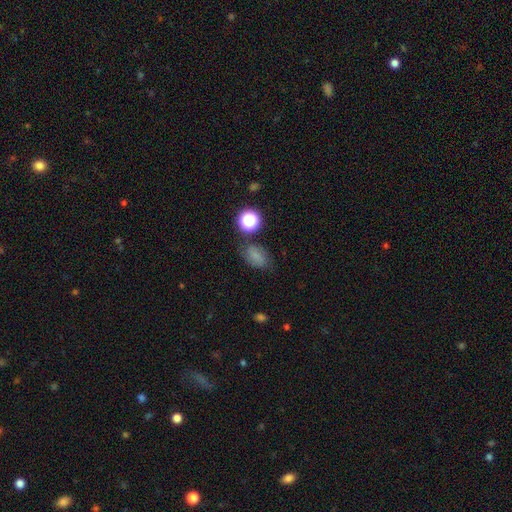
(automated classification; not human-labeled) Smooth or featured? Predicted: smooth (p=0.72). How rounded? Predicted: in between (p=0.75). Merging? Predicted: none (p=0.67).